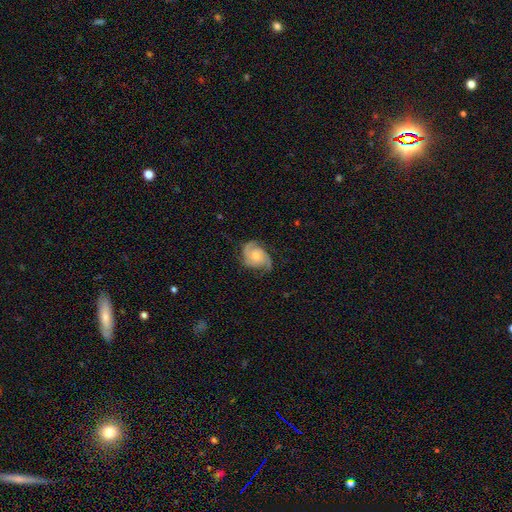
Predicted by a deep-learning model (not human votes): A featured or disk galaxy (82%) with no bar (72%), 2 (47%) medium (46%) spiral arms (97%) and a moderate central bulge (50%). Merging: none (66%).